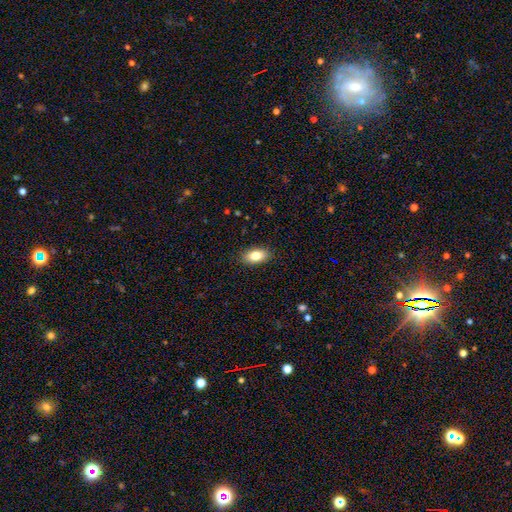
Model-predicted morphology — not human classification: Smooth or featured? smooth (82%)
How rounded? in between (91%)
Merging? none (89%)